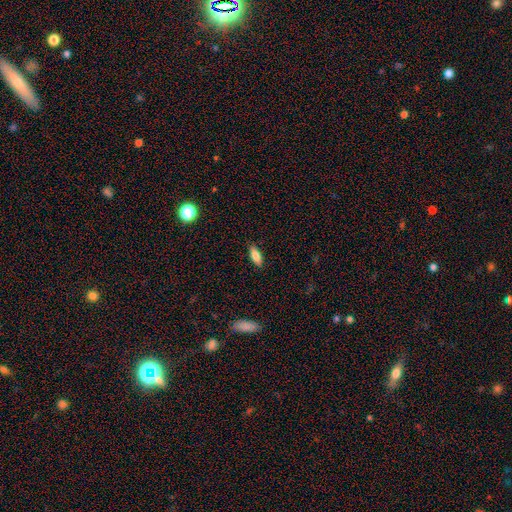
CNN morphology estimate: The model was most divided on "how rounded": in between: 74%, cigar-shaped: 24%, round: 2%. More confident: merging — none (87%); smooth or featured — smooth (79%).